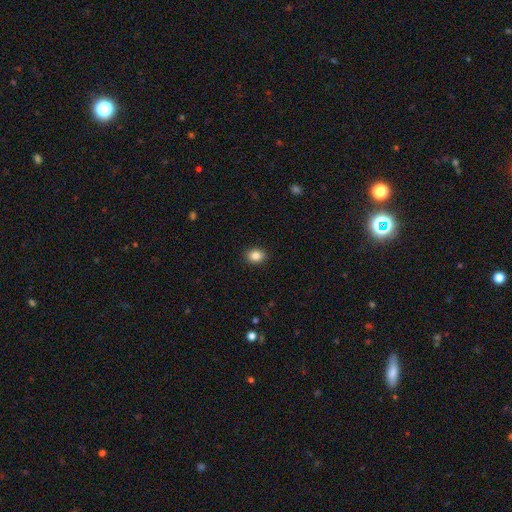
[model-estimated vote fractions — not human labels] Morphology: type=smooth (85%); roundness=round (55%); merging=none (91%).